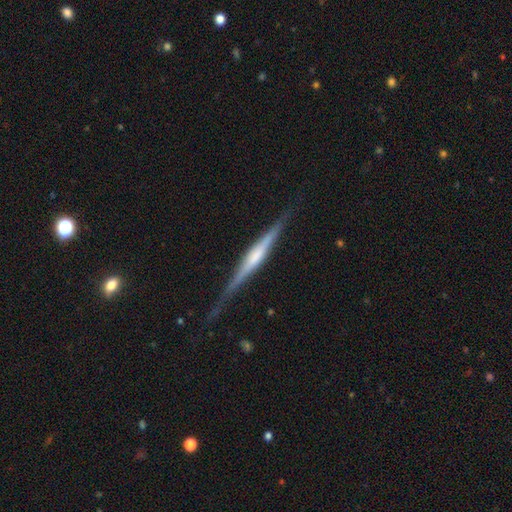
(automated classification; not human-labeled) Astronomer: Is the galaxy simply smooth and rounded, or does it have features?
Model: featured or disk — 74%.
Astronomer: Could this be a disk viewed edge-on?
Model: yes — 98%.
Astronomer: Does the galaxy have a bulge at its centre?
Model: rounded — 49% (runner-up: boxy, 28%).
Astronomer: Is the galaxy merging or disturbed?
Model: none — 80%.